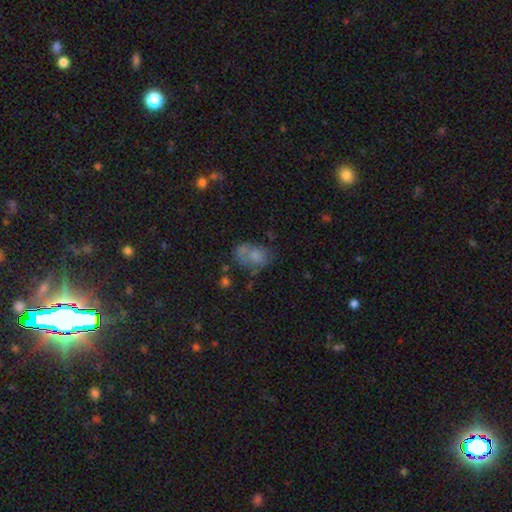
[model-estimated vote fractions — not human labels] Q: Smooth or featured?
A: smooth (57%); runner-up: featured or disk (27%)
Q: How rounded?
A: in between (75%); runner-up: round (23%)
Q: Merging?
A: none (41%); runner-up: minor disturbance (24%)